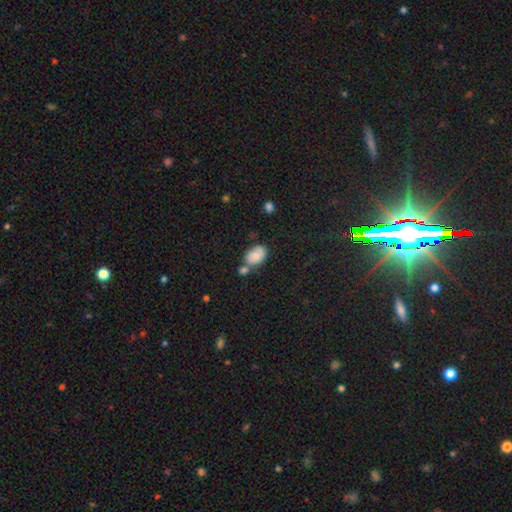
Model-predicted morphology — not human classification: Smooth or featured? Predicted: smooth (p=0.76). How rounded? Predicted: in between (p=0.85). Merging? Predicted: none (p=0.45).